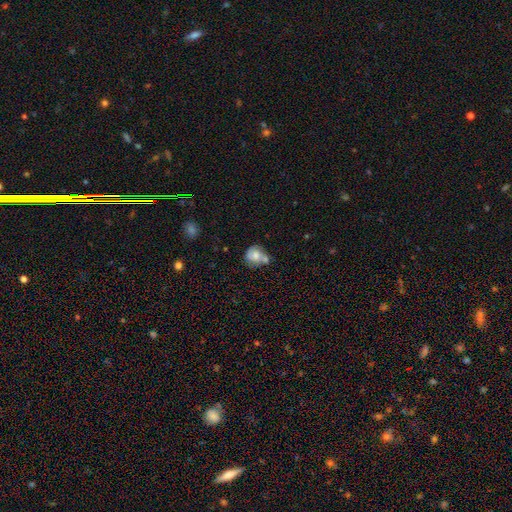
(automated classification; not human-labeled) A smooth galaxy with no disk features (63%) that is round (74%). Merging: none (39%).